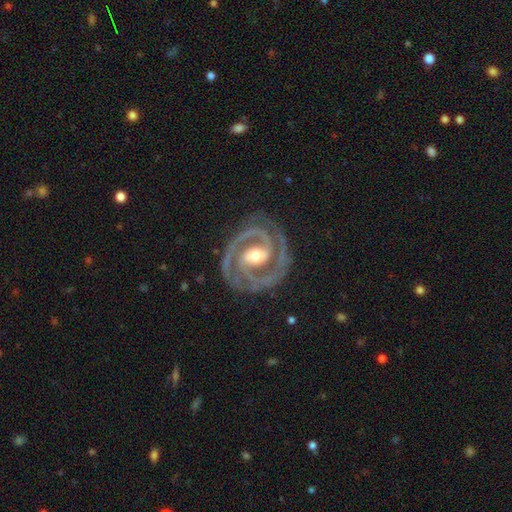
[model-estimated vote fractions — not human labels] Smooth or featured: featured or disk — 93% (star or artifact — 4%)
Edge-on disk: no — 98% (yes — 2%)
Bar: strong — 43% (weak — 37%)
Spiral arms: yes — 98% (no — 2%)
Spiral winding: tight — 65% (medium — 32%)
Spiral arm count: 2 — 79% (3 — 12%)
Bulge size: moderate — 63% (small — 30%)
Merging: none — 83% (minor disturbance — 12%)